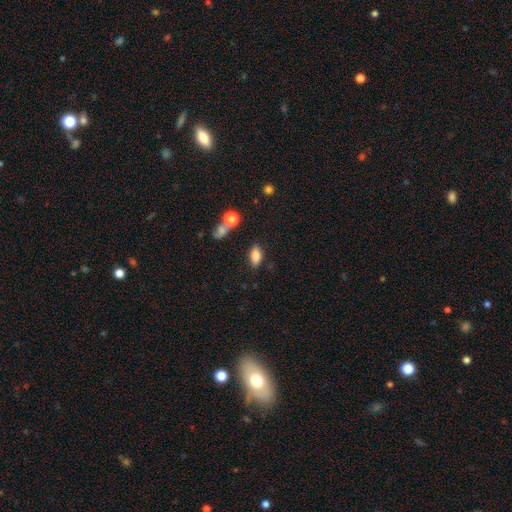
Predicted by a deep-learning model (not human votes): smooth_or_featured: smooth (p=0.79) [alt: featured or disk p=0.12]
how_rounded: in between (p=0.85) [alt: cigar-shaped p=0.09]
merging: none (p=0.79) [alt: minor disturbance p=0.12]